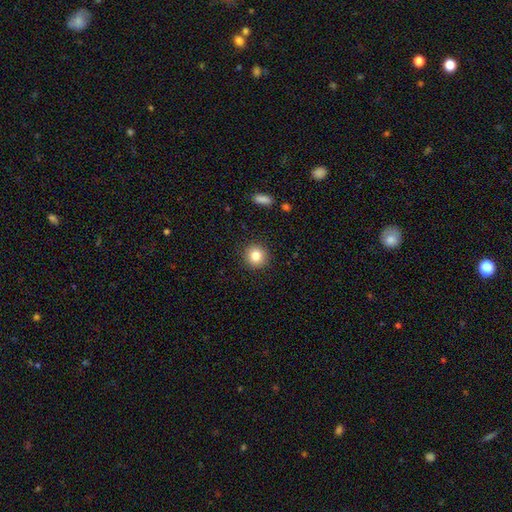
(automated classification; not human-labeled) This appears to be a smooth galaxy with no disk features (82%) that is round (92%). Merging: none (91%).